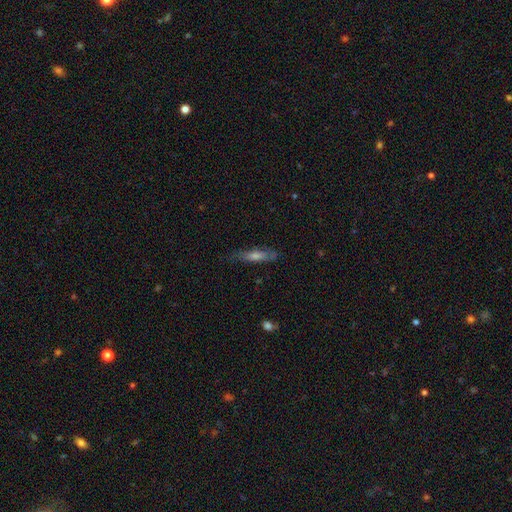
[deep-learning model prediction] Smooth or featured? Predicted: featured or disk (p=0.48). Merging? Predicted: none (p=0.74).